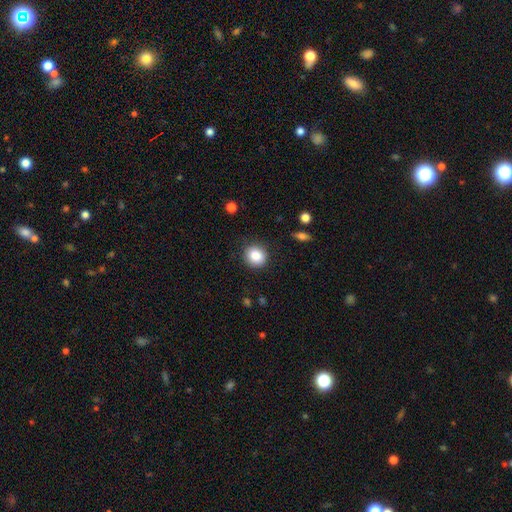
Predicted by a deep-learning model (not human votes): This is clearly a smooth galaxy (86%). How rounded: clearly round (83%). Merging: clearly none (86%).